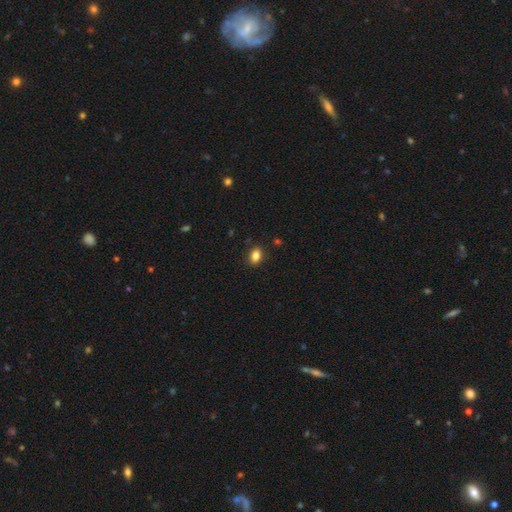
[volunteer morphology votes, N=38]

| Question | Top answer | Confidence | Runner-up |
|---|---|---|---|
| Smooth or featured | smooth | 82% | featured or disk (16%) |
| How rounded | in between | 87% | round (13%) |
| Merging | none | 92% | minor disturbance (3%) |